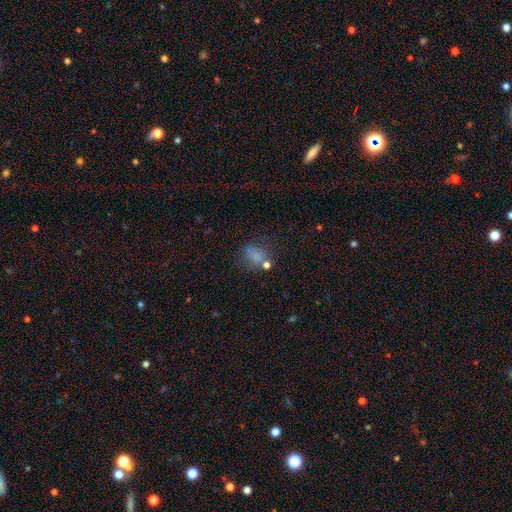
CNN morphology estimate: Smooth or featured: smooth — 65% (star or artifact — 19%)
How rounded: in between — 50% (round — 48%)
Merging: none — 50% (minor disturbance — 20%)